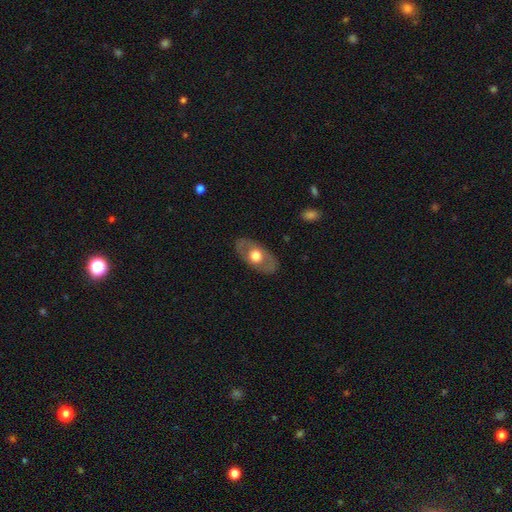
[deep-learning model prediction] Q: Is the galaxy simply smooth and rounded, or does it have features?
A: featured or disk — 50%.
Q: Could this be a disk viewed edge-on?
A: no — 82%.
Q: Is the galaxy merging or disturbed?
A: none — 84%.